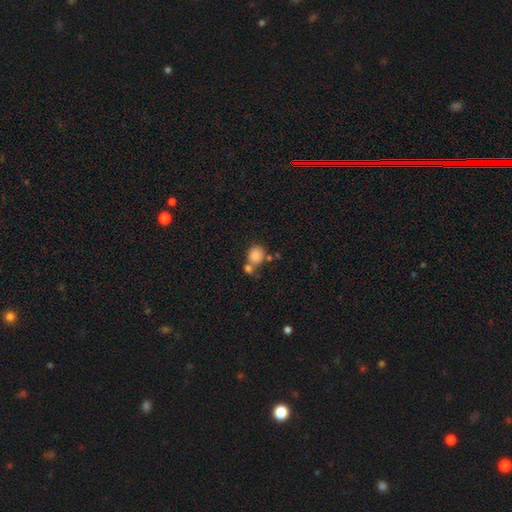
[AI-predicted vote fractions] This appears to be a smooth galaxy with no disk features (83%) that is round (74%). Merging: none (50%).